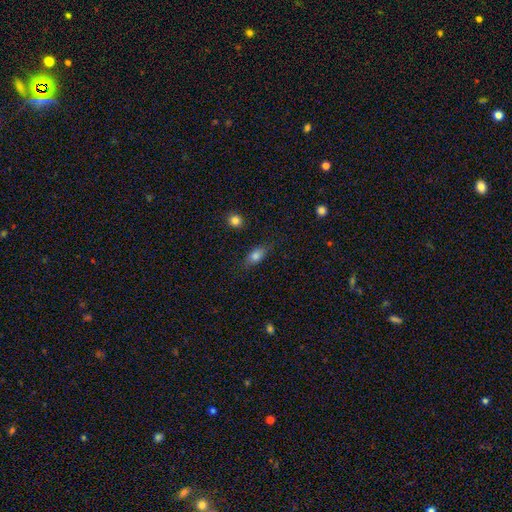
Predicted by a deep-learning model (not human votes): Smooth or featured?
  - smooth: 79% *
  - featured or disk: 12%
  - star or artifact: 9%
How rounded?
  - in between: 83% *
  - cigar-shaped: 9%
  - round: 8%
Merging?
  - none: 77% *
  - minor disturbance: 17%
  - major disturbance: 5%
  - merger: 2%